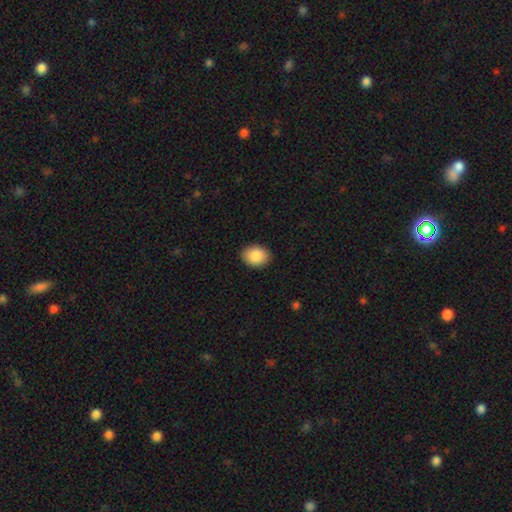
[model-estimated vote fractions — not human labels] Smooth or featured? Predicted: smooth (p=0.88). How rounded? Predicted: in between (p=0.67). Merging? Predicted: none (p=0.89).